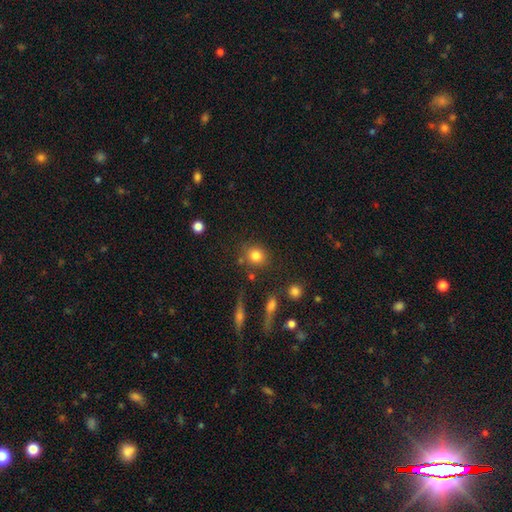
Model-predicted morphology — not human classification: smooth-or-featured: smooth: 81% | star or artifact: 11% | featured or disk: 8%
  how-rounded: round: 79% | in between: 20% | cigar-shaped: 1%
  merging: none: 77% | minor disturbance: 11% | merger: 7% | major disturbance: 4%